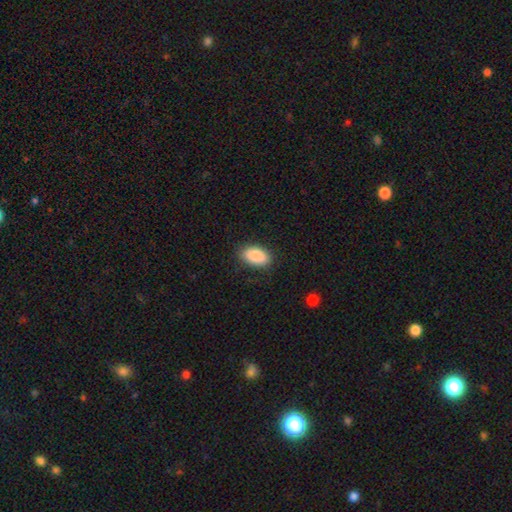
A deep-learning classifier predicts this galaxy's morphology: This appears to be a smooth galaxy with no disk features (89%) that is in between round and cigar-shaped (93%). Merging: none (86%).